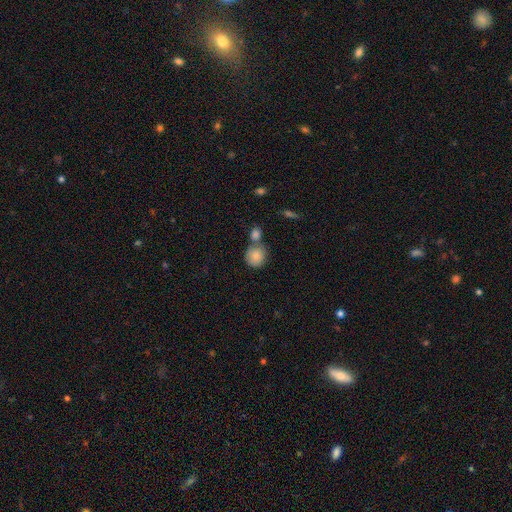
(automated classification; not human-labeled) Smooth or featured: smooth — 85% (featured or disk — 8%)
How rounded: round — 86% (in between — 13%)
Merging: none — 49% (merger — 38%)